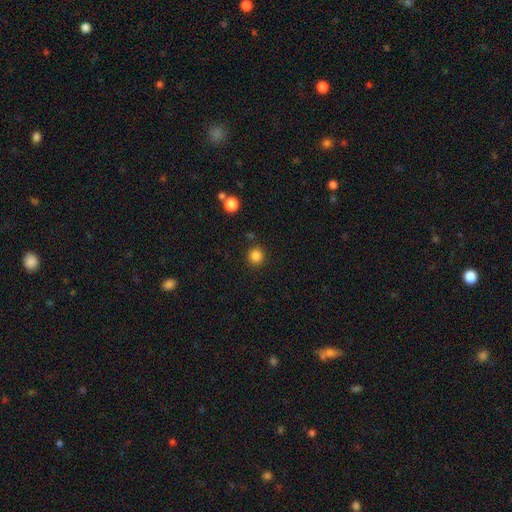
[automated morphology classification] smooth-or-featured: smooth: 85% | star or artifact: 12% | featured or disk: 4%
  how-rounded: round: 90% | in between: 9% | cigar-shaped: 1%
  merging: none: 89% | minor disturbance: 6% | merger: 3% | major disturbance: 2%